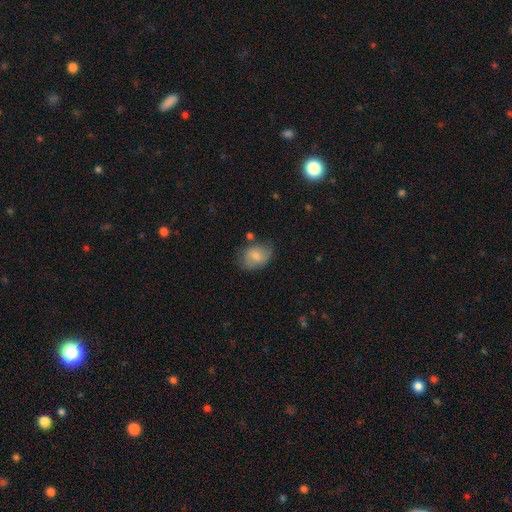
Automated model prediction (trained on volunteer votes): Overall: smooth (70%). How rounded: in between (68%; round 30%). Merging: none (60%; minor disturbance 27%).